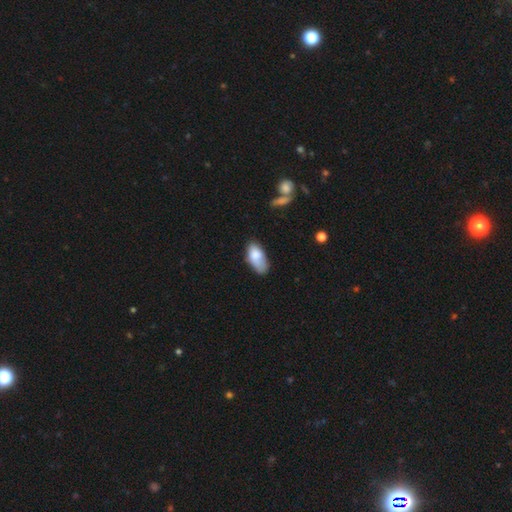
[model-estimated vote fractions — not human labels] Smooth or featured: smooth — 78% (featured or disk — 14%)
How rounded: in between — 92% (cigar-shaped — 6%)
Merging: none — 49% (minor disturbance — 35%)